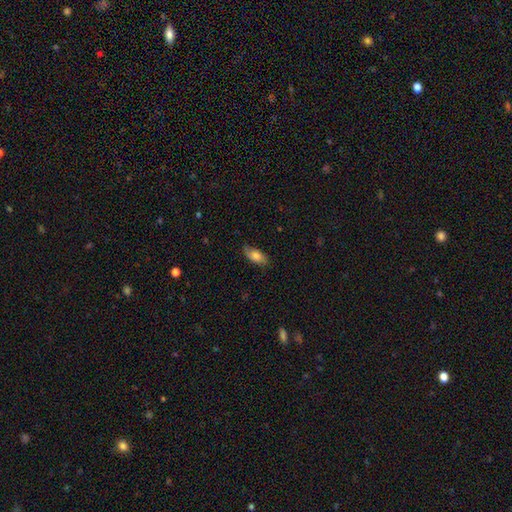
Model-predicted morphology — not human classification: type=smooth (73%); roundness=in between (87%); merging=none (75%).